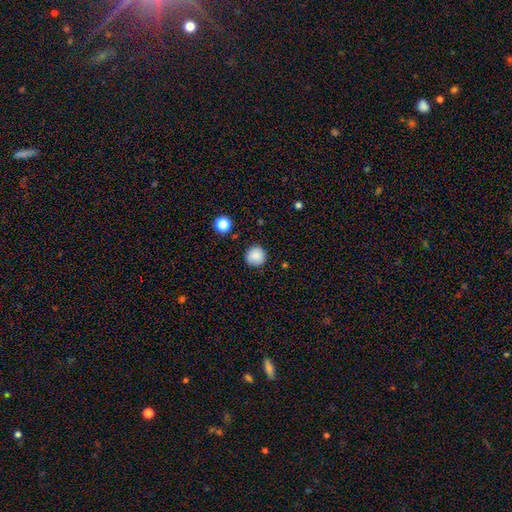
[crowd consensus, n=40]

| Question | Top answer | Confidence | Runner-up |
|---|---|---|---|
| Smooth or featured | smooth | 85% | star or artifact (10%) |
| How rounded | round | 94% | in between (6%) |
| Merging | none | 97% | merger (3%) |